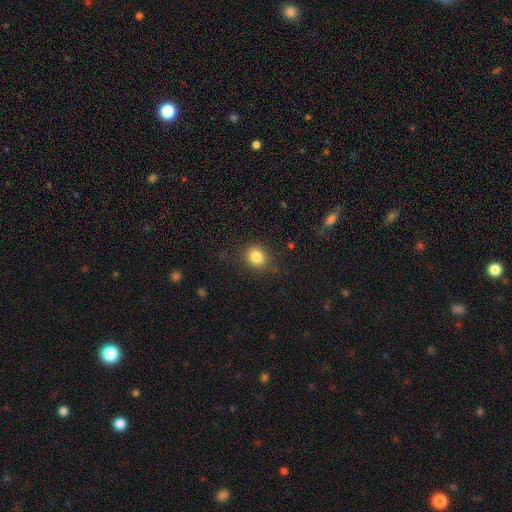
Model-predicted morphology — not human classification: Smooth or featured?
  - smooth: 83% *
  - star or artifact: 11%
  - featured or disk: 6%
How rounded?
  - round: 73% *
  - in between: 26%
  - cigar-shaped: 1%
Merging?
  - none: 83% *
  - minor disturbance: 12%
  - major disturbance: 4%
  - merger: 1%